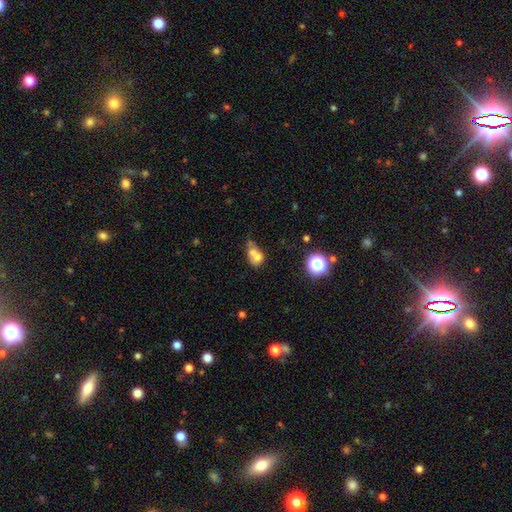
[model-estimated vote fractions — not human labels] A smooth galaxy with no disk features (64%) that is round (56%).

Vote fractions:
- Smooth or featured? smooth: 64% / featured or disk: 23% / star or artifact: 14%
- How rounded? round: 56% / in between: 42% / cigar-shaped: 2%
- Merging? merger: 63% / none: 22% / minor disturbance: 9% / major disturbance: 6%